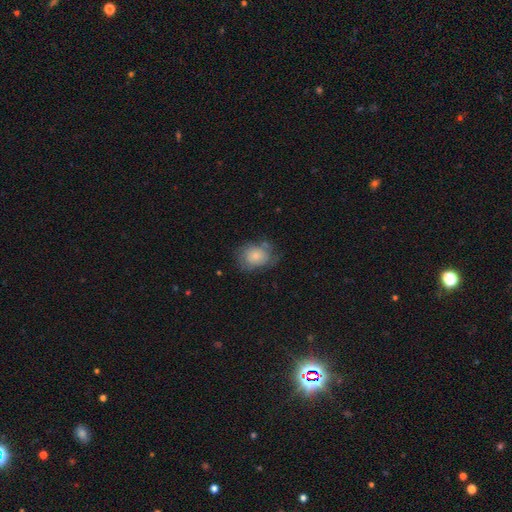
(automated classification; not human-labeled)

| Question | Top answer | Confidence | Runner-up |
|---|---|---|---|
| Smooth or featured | smooth | 72% | featured or disk (20%) |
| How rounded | round | 50% | in between (49%) |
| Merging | none | 54% | minor disturbance (29%) |